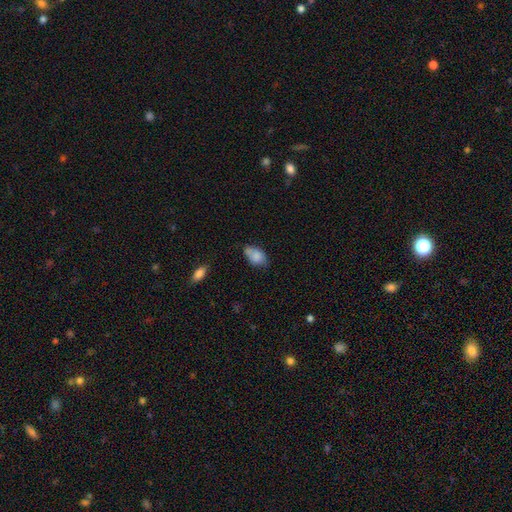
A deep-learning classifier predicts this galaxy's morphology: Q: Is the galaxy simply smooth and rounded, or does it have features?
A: smooth — 82%.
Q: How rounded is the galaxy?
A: in between — 89%.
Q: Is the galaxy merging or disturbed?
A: none — 54%.